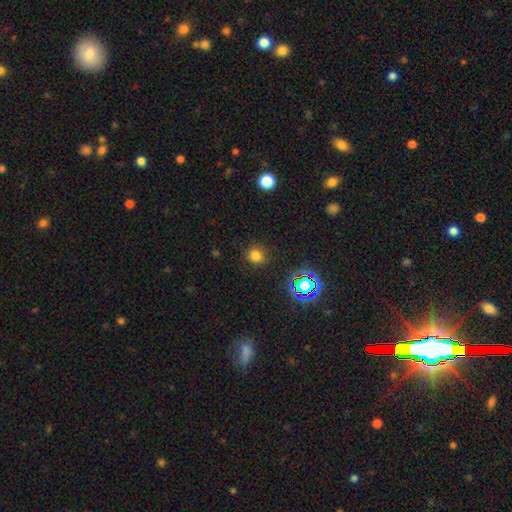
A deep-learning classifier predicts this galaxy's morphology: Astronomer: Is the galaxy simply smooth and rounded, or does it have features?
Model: smooth — 75%.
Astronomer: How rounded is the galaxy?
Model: round — 88%.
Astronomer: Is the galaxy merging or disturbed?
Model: none — 87%.